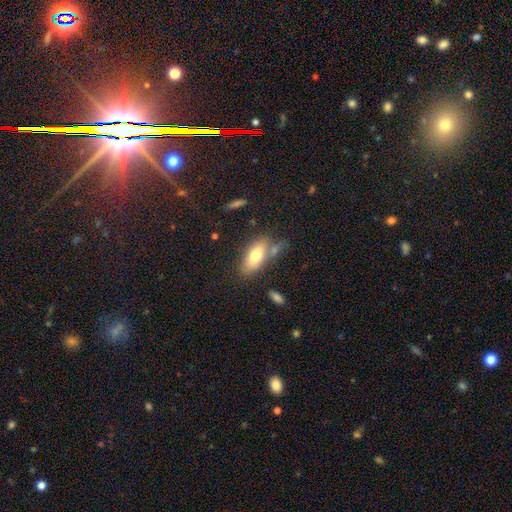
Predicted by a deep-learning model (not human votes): A smooth galaxy with no disk features (71%) that is in between round and cigar-shaped (86%).

Vote fractions:
- Smooth or featured? smooth: 71% / featured or disk: 21% / star or artifact: 7%
- How rounded? in between: 86% / cigar-shaped: 11% / round: 3%
- Merging? none: 60% / minor disturbance: 18% / merger: 16% / major disturbance: 6%